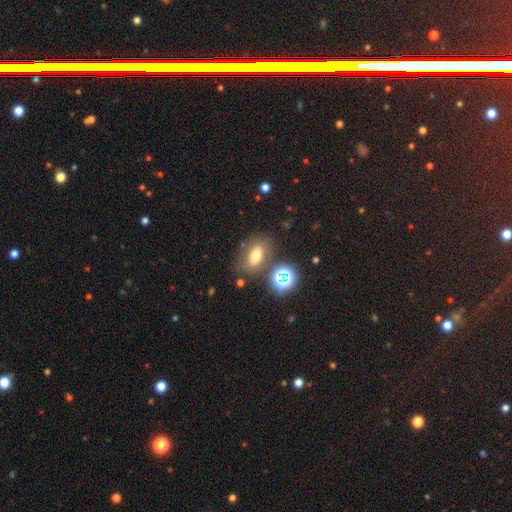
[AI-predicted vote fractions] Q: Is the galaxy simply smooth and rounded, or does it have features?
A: smooth — 62%.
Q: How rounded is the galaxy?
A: in between — 76%.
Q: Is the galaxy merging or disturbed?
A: none — 70%.